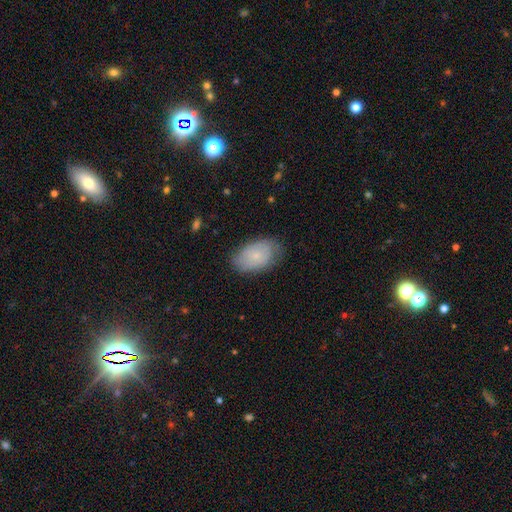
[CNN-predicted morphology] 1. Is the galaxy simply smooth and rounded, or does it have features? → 60% smooth, 32% featured or disk, 7% star or artifact.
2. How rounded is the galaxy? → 91% in between, 8% round, 1% cigar-shaped.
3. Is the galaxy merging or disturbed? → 73% none, 21% minor disturbance, 5% major disturbance, 1% merger.